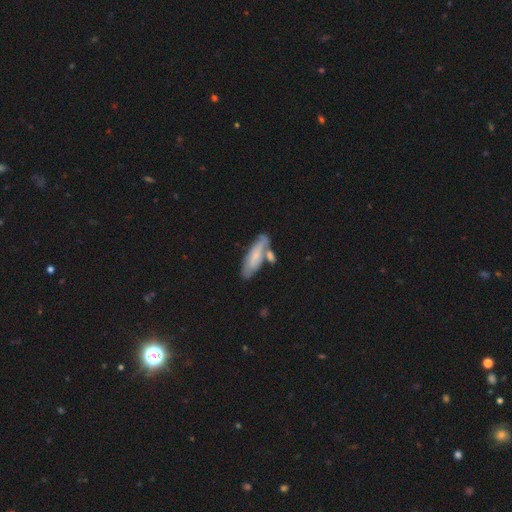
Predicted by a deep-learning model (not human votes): A smooth galaxy with no disk features (59%) that is in between round and cigar-shaped (50%).

Vote fractions:
- Smooth or featured? smooth: 59% / featured or disk: 34% / star or artifact: 6%
- How rounded? in between: 50% / cigar-shaped: 48% / round: 2%
- Merging? none: 51% / merger: 27% / minor disturbance: 16% / major disturbance: 5%